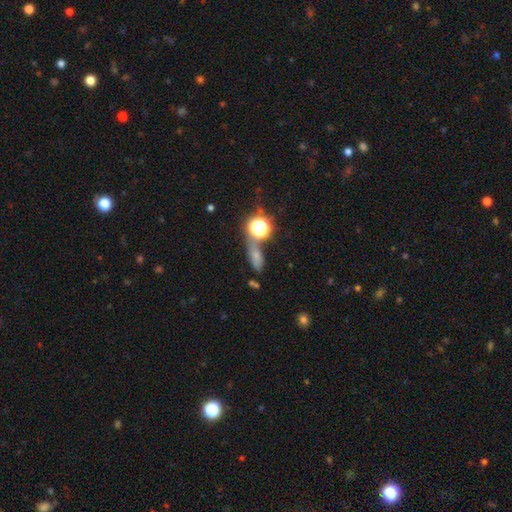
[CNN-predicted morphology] smooth-or-featured: smooth: 59% | star or artifact: 27% | featured or disk: 14%
  how-rounded: in between: 50% | cigar-shaped: 27% | round: 23%
  merging: none: 54% | merger: 19% | minor disturbance: 17% | major disturbance: 11%